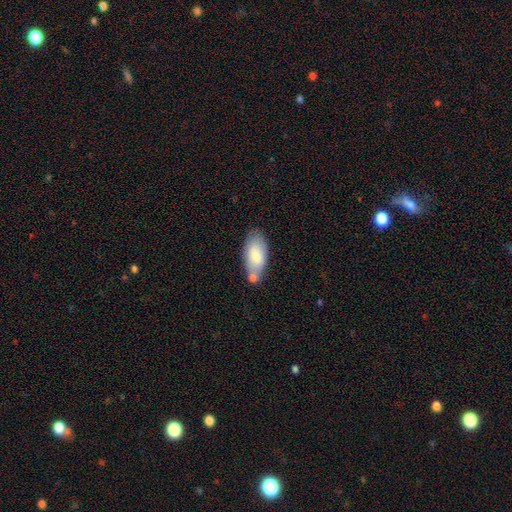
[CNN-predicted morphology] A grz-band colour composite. It shows a smooth galaxy with no disk features (77%) that is in between round and cigar-shaped (91%). Merging: none (57%).